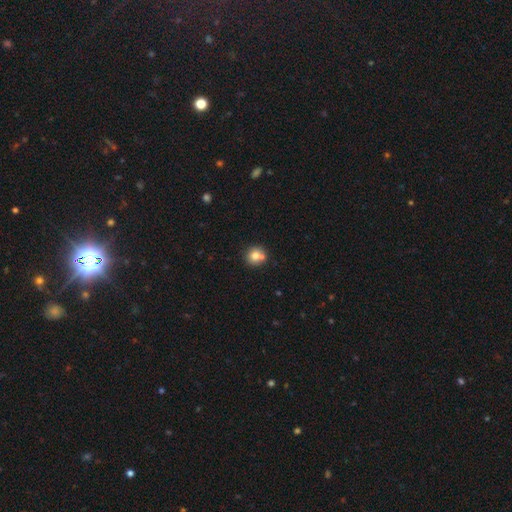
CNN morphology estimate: This appears to be a smooth galaxy with no disk features (76%) that is round (89%). Merging: none (63%).